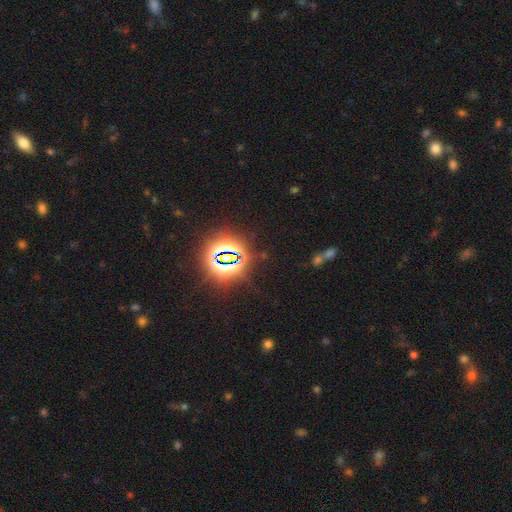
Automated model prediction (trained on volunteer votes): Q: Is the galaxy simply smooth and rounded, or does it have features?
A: star or artifact — 82%.